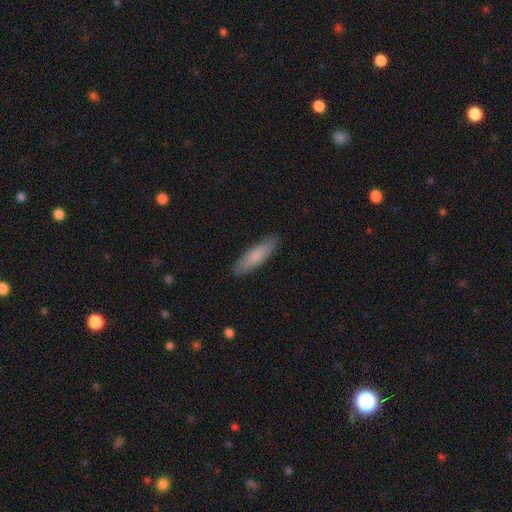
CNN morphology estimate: smooth_or_featured: smooth (p=0.78) [alt: featured or disk p=0.17]
how_rounded: cigar-shaped (p=0.70) [alt: in between p=0.29]
merging: none (p=0.87) [alt: minor disturbance p=0.10]